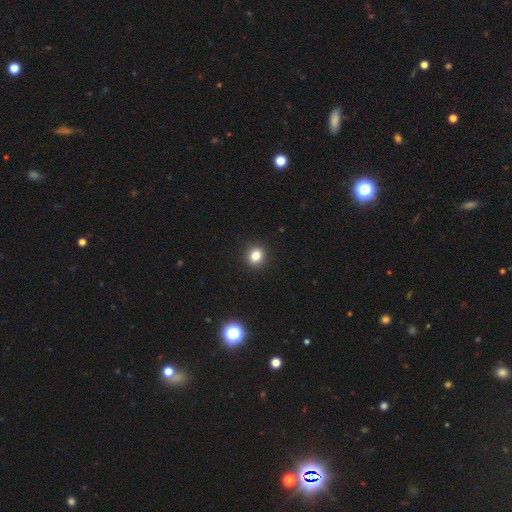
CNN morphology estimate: Overall: smooth (83%). How rounded: round (72%). Merging: none (91%).